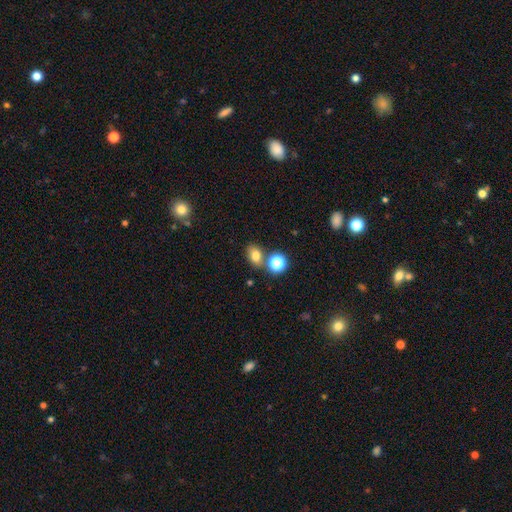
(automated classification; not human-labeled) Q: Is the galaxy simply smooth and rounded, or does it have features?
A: smooth — 76%.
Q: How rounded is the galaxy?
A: in between — 65%.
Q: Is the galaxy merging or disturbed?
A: none — 68%.